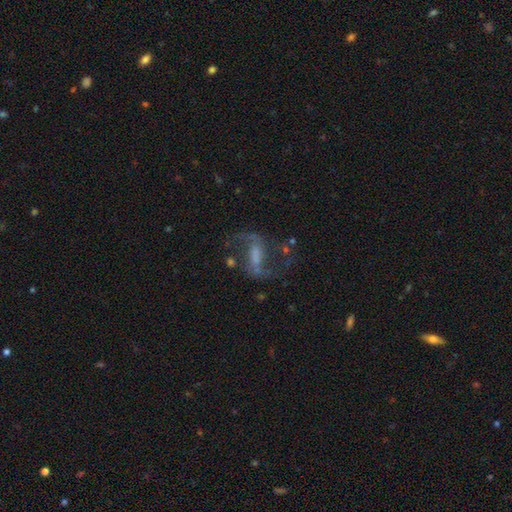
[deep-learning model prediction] smooth_or_featured: featured or disk (p=0.83) [alt: star or artifact p=0.09]
disk_edge_on: no (p=0.96) [alt: yes p=0.04]
bar: strong (p=0.46) [alt: weak p=0.40]
has_spiral_arms: yes (p=0.93) [alt: no p=0.07]
spiral_winding: loose (p=0.58) [alt: medium p=0.36]
spiral_arm_count: 2 (p=0.92) [alt: can't tell p=0.03]
bulge_size: none (p=0.41) [alt: small p=0.24]
merging: none (p=0.68) [alt: major disturbance p=0.14]